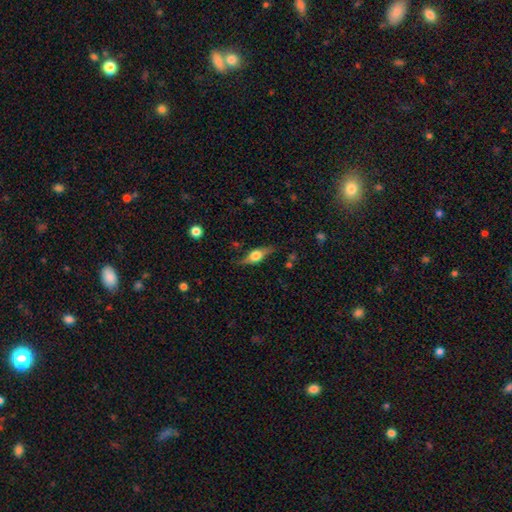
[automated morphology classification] This appears to be a featured or disk galaxy (56%) viewed edge-on (89%). Merging: none (77%).